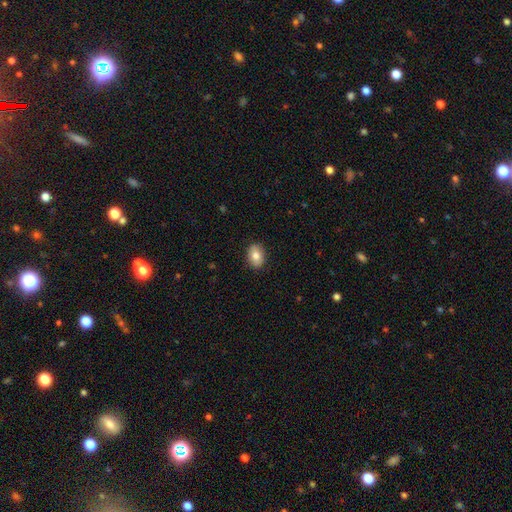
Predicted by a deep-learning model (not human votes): smooth_or_featured: smooth (p=0.80) [alt: featured or disk p=0.12]
how_rounded: in between (p=0.73) [alt: round p=0.25]
merging: none (p=0.88) [alt: minor disturbance p=0.09]